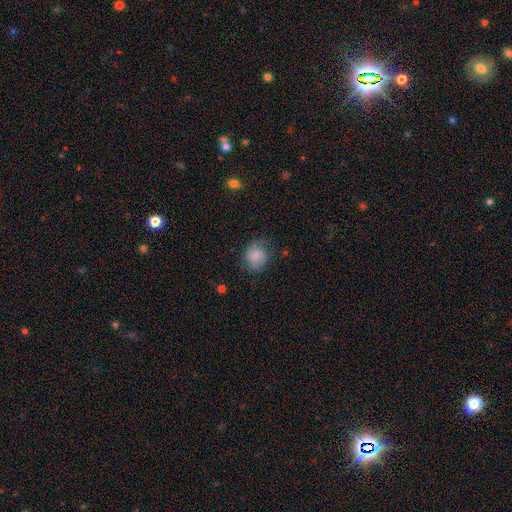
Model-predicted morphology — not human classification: Overall: smooth (73%). How rounded: round (65%; in between 34%). Merging: none (62%; minor disturbance 26%).